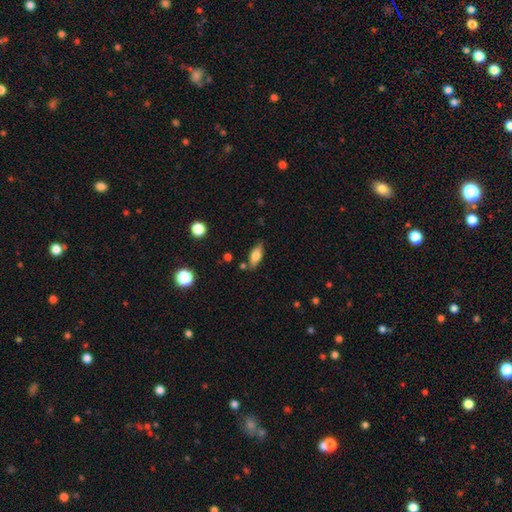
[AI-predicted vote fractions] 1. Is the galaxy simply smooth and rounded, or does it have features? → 71% smooth, 21% featured or disk, 8% star or artifact.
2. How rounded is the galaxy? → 77% in between, 20% cigar-shaped, 3% round.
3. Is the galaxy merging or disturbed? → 78% none, 15% minor disturbance, 4% merger, 3% major disturbance.